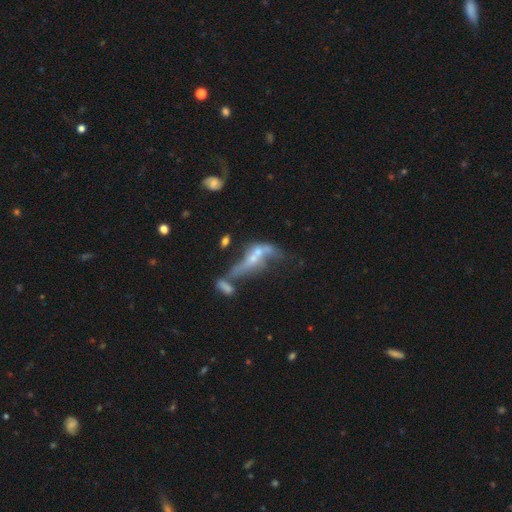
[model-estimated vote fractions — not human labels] featured or disk 60%, smooth 28%, star or artifact 12%. Down the decision tree: edge-on disk — no (73%); merging — merger (48%).